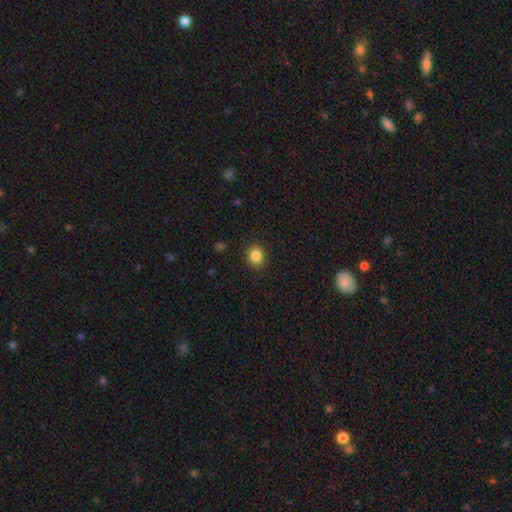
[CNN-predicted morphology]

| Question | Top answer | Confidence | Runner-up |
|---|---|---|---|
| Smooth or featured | smooth | 85% | star or artifact (11%) |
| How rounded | round | 78% | in between (21%) |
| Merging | none | 90% | minor disturbance (7%) |